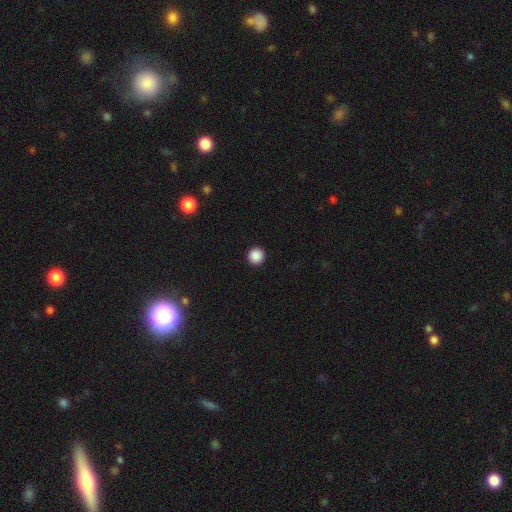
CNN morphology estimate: Smooth or featured: smooth — 88% (star or artifact — 9%)
How rounded: round — 96% (in between — 3%)
Merging: none — 94% (minor disturbance — 4%)